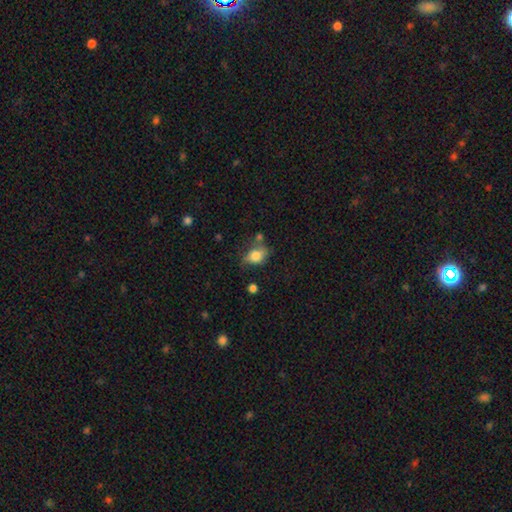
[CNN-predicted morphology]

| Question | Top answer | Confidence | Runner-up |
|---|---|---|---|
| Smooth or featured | smooth | 77% | featured or disk (13%) |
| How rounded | in between | 64% | round (34%) |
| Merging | none | 45% | minor disturbance (30%) |